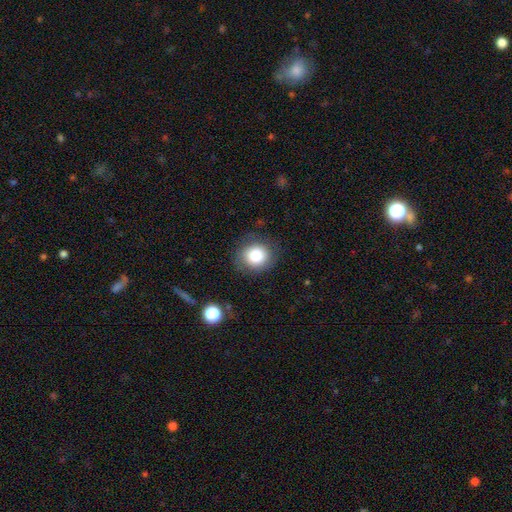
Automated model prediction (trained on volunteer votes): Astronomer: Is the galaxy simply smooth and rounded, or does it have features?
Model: smooth — 83%.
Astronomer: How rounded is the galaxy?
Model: round — 82%.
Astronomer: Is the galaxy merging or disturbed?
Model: none — 82%.